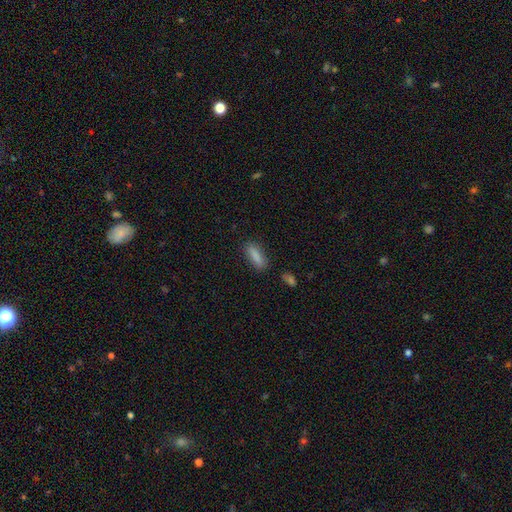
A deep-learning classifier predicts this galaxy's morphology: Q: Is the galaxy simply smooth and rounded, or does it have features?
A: smooth — 87%.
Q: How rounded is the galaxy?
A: in between — 54%.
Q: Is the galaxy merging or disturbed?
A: none — 83%.